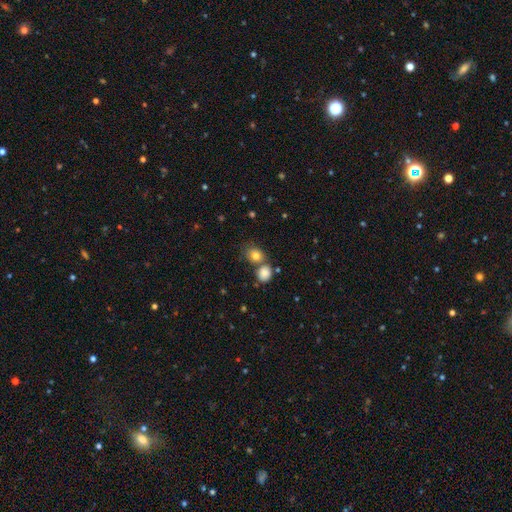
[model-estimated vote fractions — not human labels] Smooth or featured?
  - smooth: 81% *
  - star or artifact: 11%
  - featured or disk: 9%
How rounded?
  - round: 61% *
  - in between: 38%
  - cigar-shaped: 1%
Merging?
  - none: 53% *
  - merger: 32%
  - minor disturbance: 11%
  - major disturbance: 4%